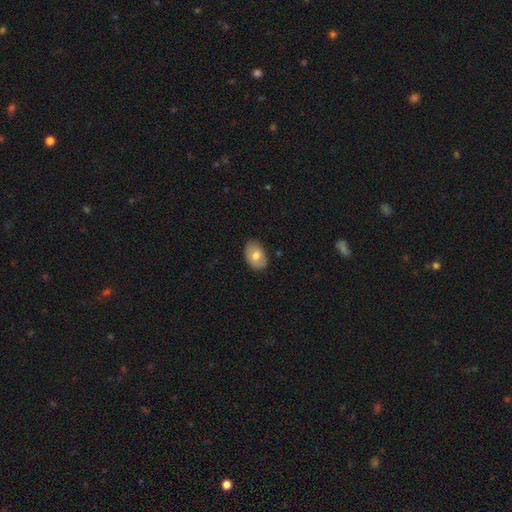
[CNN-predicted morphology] A smooth galaxy with no disk features (70%) that is in between round and cigar-shaped (84%). Merging: none (79%).